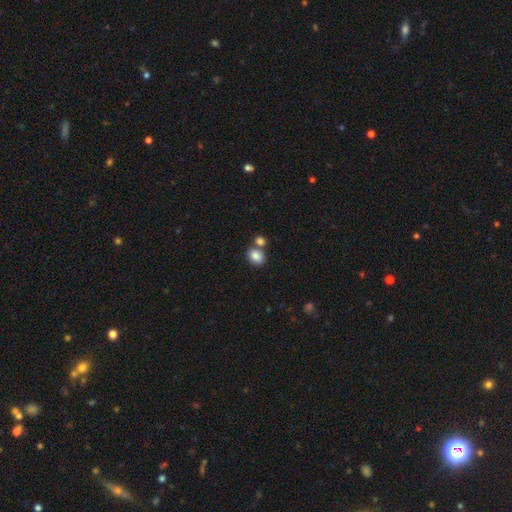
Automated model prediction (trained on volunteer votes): Smooth or featured: smooth — 85% (star or artifact — 9%)
How rounded: in between — 60% (round — 38%)
Merging: none — 56% (merger — 31%)